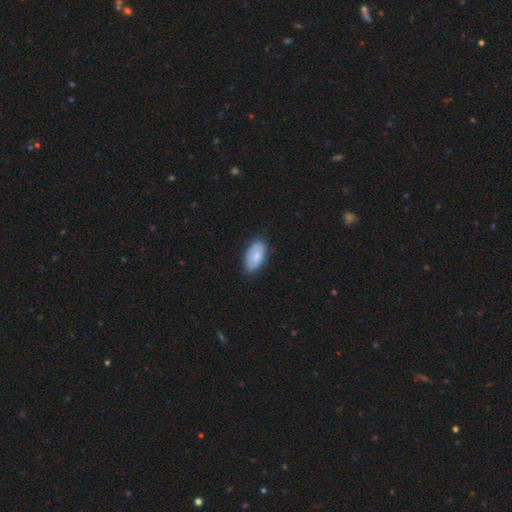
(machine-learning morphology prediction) Smooth or featured?
  - smooth: 72% *
  - featured or disk: 22%
  - star or artifact: 6%
How rounded?
  - in between: 95% *
  - round: 3%
  - cigar-shaped: 2%
Merging?
  - none: 74% *
  - minor disturbance: 21%
  - major disturbance: 3%
  - merger: 1%